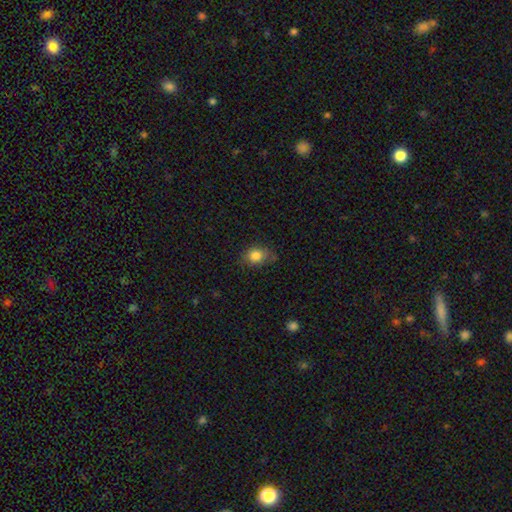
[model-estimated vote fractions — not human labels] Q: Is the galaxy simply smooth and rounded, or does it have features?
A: smooth — 82%.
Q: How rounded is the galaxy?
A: in between — 56%.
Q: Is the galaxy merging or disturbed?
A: none — 70%.